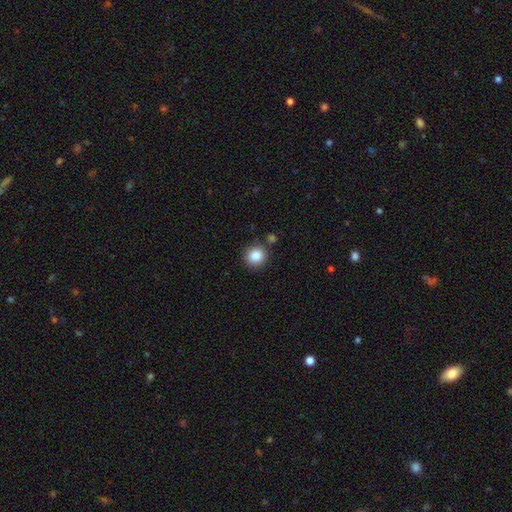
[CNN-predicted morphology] Q: Smooth or featured?
A: smooth (87%); runner-up: star or artifact (9%)
Q: How rounded?
A: round (90%); runner-up: in between (9%)
Q: Merging?
A: none (82%); runner-up: minor disturbance (9%)